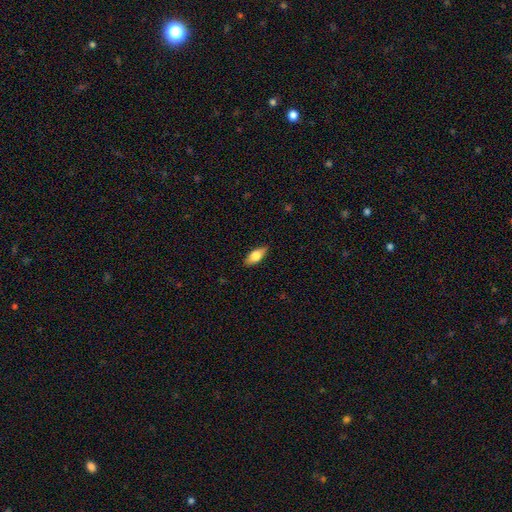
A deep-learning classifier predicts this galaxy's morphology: Smooth or featured?
  - smooth: 74% *
  - featured or disk: 19%
  - star or artifact: 7%
How rounded?
  - in between: 84% *
  - cigar-shaped: 13%
  - round: 3%
Merging?
  - none: 86% *
  - minor disturbance: 11%
  - major disturbance: 2%
  - merger: 1%